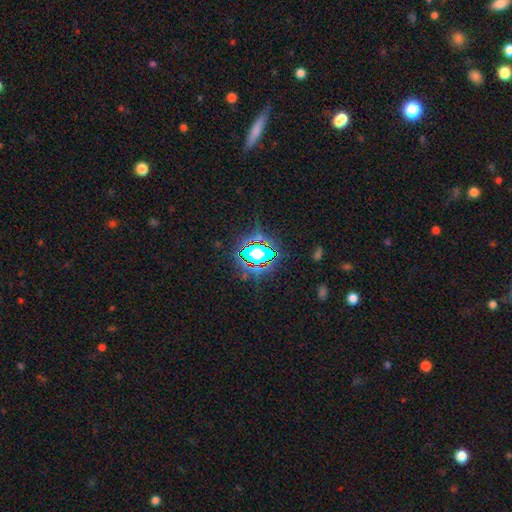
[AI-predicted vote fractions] This is likely a star or artifact rather than a galaxy (65%).